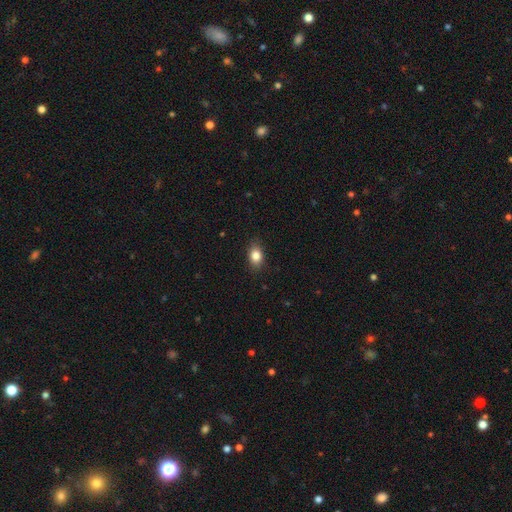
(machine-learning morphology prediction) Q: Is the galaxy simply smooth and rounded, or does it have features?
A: smooth — 83%.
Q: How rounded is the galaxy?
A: in between — 75%.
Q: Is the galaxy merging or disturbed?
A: none — 85%.